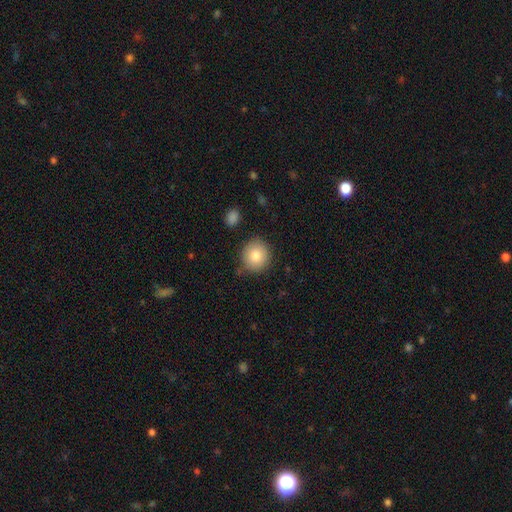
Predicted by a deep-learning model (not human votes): Smooth or featured: smooth — 81% (featured or disk — 10%)
How rounded: round — 89% (in between — 10%)
Merging: none — 83% (minor disturbance — 11%)